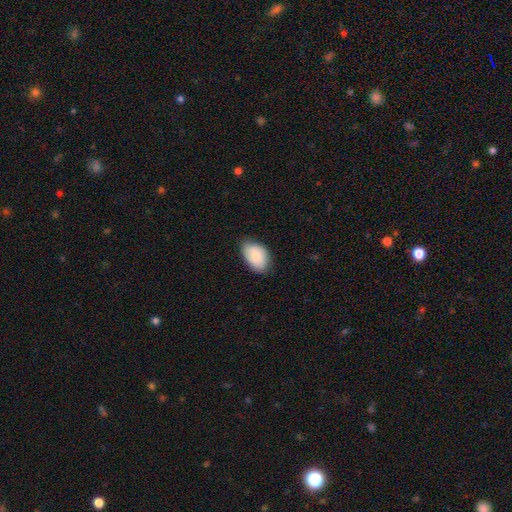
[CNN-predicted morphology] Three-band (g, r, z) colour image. It shows a smooth galaxy with no disk features (87%) that is in between round and cigar-shaped (91%). Merging: none (72%).